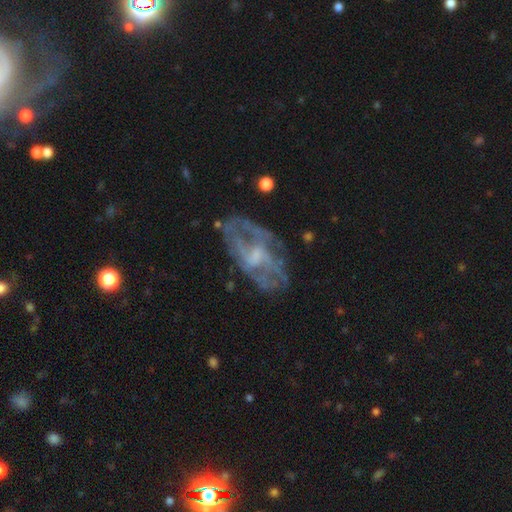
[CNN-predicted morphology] Smooth or featured? Predicted: featured or disk (p=0.69). Edge-on disk? Predicted: no (p=0.91). Bar? Predicted: no (p=0.57). Spiral arms? Predicted: yes (p=0.51). Bulge size? Predicted: small (p=0.46). Merging? Predicted: none (p=0.62).